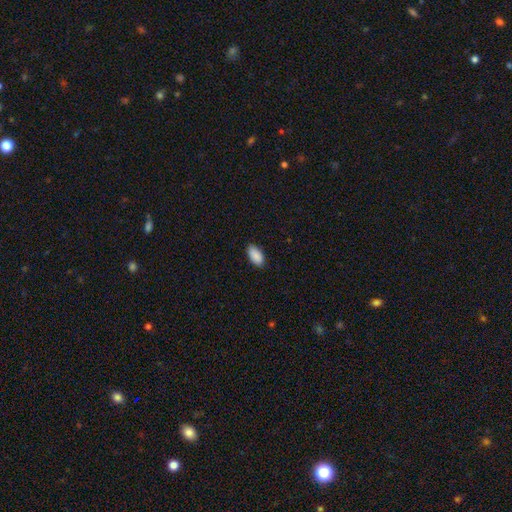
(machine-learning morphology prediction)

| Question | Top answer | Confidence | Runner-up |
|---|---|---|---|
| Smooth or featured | smooth | 90% | star or artifact (6%) |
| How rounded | in between | 94% | cigar-shaped (3%) |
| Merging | none | 85% | minor disturbance (11%) |